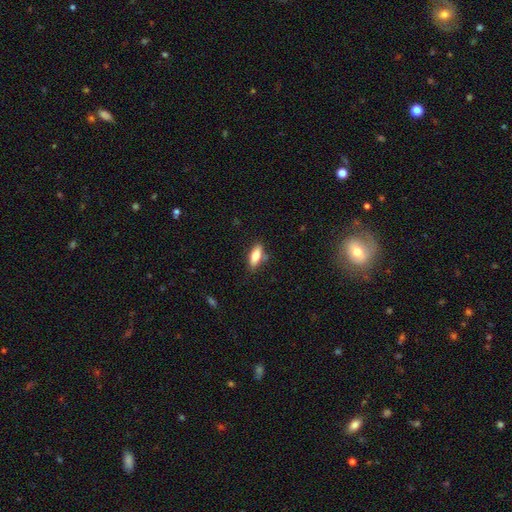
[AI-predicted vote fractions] This appears to be a smooth galaxy with no disk features (78%) that is in between round and cigar-shaped (74%). Merging: none (79%).